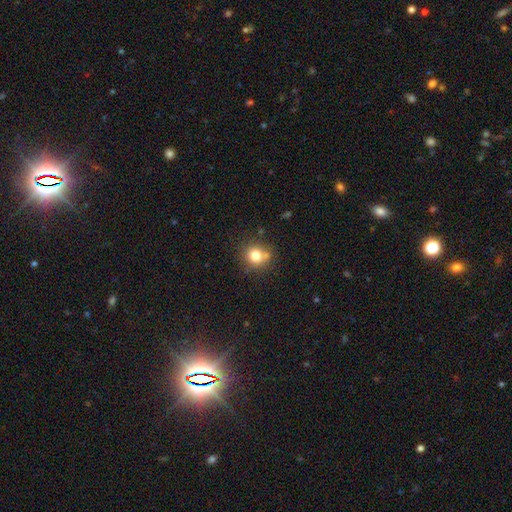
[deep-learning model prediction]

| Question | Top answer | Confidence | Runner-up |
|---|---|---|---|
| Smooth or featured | smooth | 77% | star or artifact (13%) |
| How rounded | round | 85% | in between (14%) |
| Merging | none | 69% | merger (14%) |